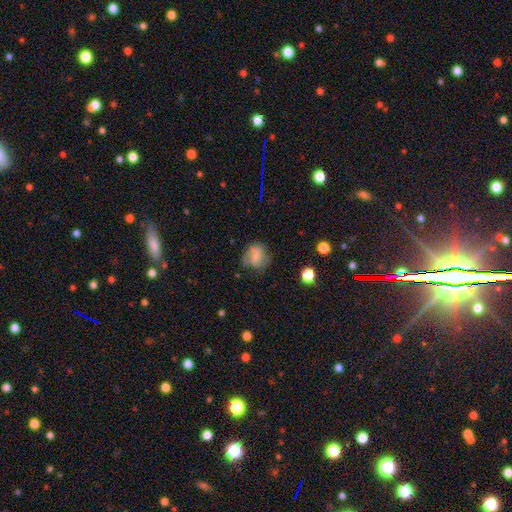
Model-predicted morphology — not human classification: smooth-or-featured: smooth: 52% | featured or disk: 38% | star or artifact: 10%
  how-rounded: round: 70% | in between: 29% | cigar-shaped: 1%
  merging: none: 59% | minor disturbance: 25% | major disturbance: 14% | merger: 2%